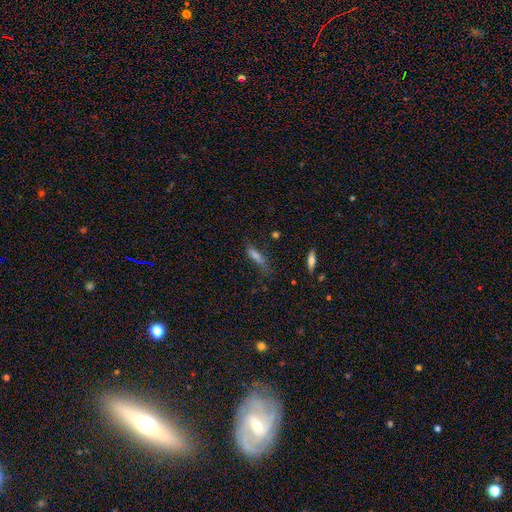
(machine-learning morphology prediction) smooth-or-featured: smooth: 59% | featured or disk: 25% | star or artifact: 16%
  how-rounded: cigar-shaped: 71% | in between: 26% | round: 3%
  merging: none: 57% | minor disturbance: 27% | major disturbance: 12% | merger: 4%